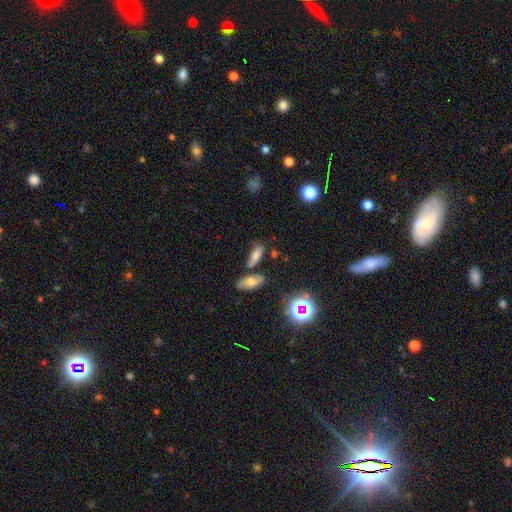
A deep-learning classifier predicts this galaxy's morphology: Smooth or featured? Predicted: smooth (p=0.69). How rounded? Predicted: in between (p=0.66). Merging? Predicted: none (p=0.60).